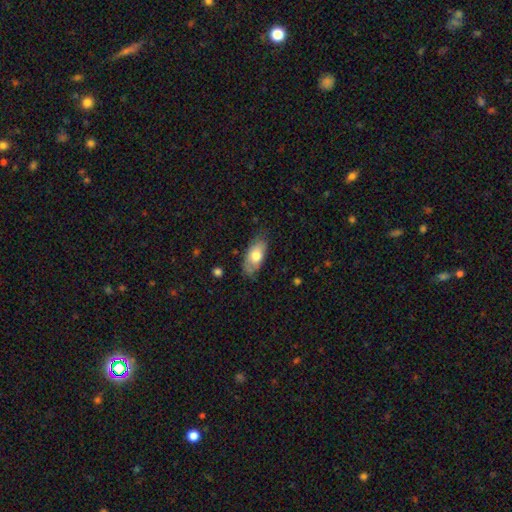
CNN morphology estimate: The model was most divided on "merging": none: 70%, minor disturbance: 24%, major disturbance: 5%, merger: 2%. More confident: how rounded — in between (88%); smooth or featured — smooth (72%).